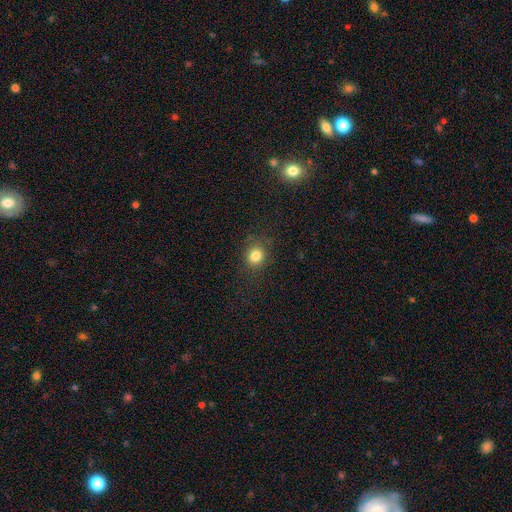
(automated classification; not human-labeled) The model was most divided on "how rounded": round: 77%, in between: 22%, cigar-shaped: 1%. More confident: merging — none (82%); smooth or featured — smooth (81%).